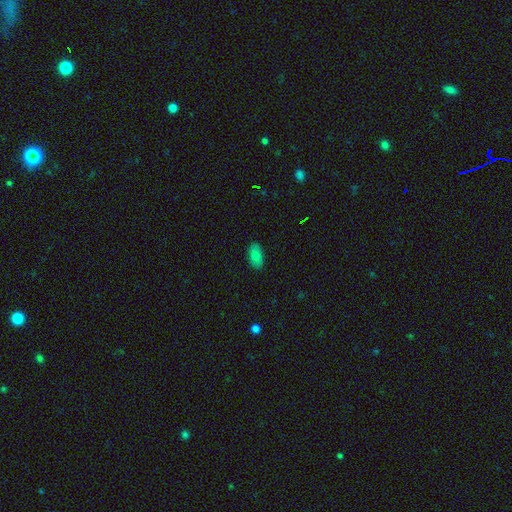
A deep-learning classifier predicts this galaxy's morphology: Overall: smooth (82%). How rounded: in between (93%). Merging: none (87%).